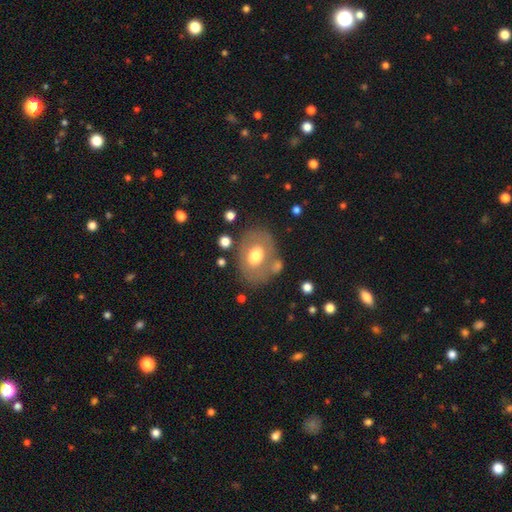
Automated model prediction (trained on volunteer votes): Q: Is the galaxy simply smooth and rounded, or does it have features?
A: smooth — 57%.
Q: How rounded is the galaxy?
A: in between — 66%.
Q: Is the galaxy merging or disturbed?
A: none — 67%.